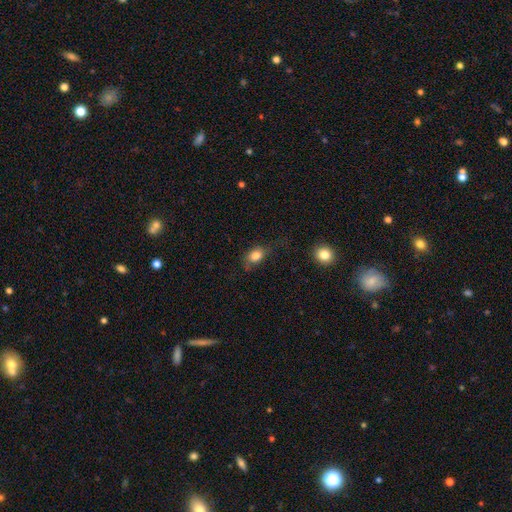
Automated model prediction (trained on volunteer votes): A smooth galaxy with no disk features (81%) that is in between round and cigar-shaped (75%). Merging: none (54%).